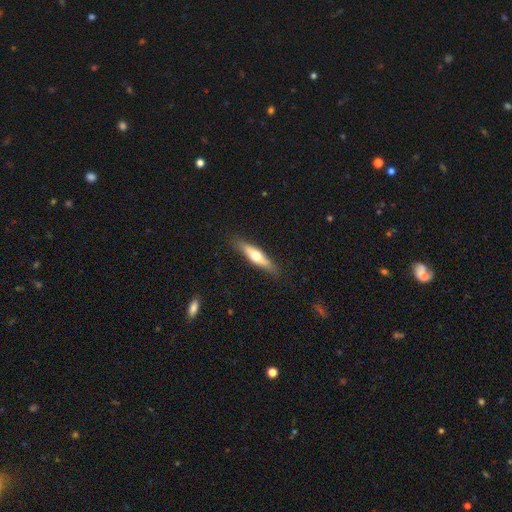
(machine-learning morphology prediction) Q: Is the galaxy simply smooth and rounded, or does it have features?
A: smooth — 49%.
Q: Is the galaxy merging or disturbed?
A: none — 86%.